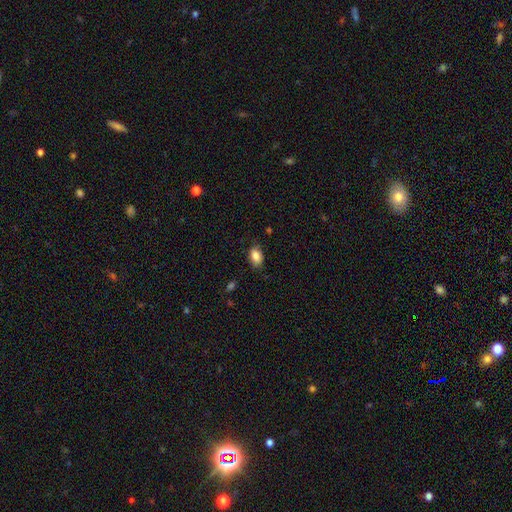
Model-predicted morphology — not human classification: Smooth or featured? Predicted: smooth (p=0.84). How rounded? Predicted: in between (p=0.88). Merging? Predicted: none (p=0.79).